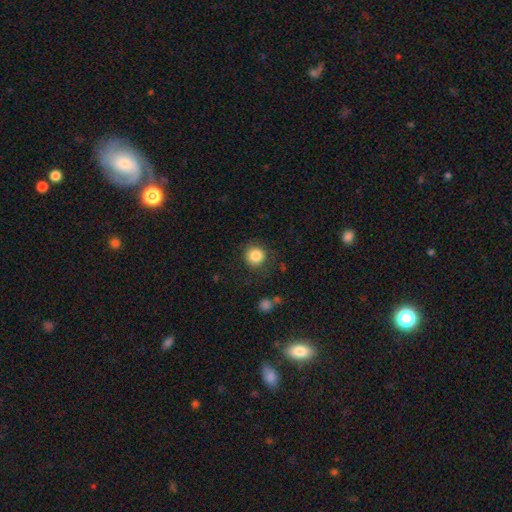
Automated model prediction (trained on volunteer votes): The model was most divided on "merging": none: 84%, minor disturbance: 10%, major disturbance: 4%, merger: 2%. More confident: how rounded — round (93%); smooth or featured — smooth (85%).